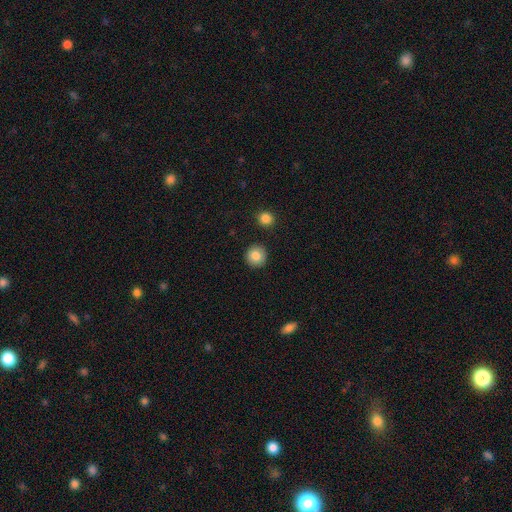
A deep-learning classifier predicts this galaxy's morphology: This is clearly a smooth galaxy (83%). How rounded: clearly round (94%). Merging: clearly none (91%).